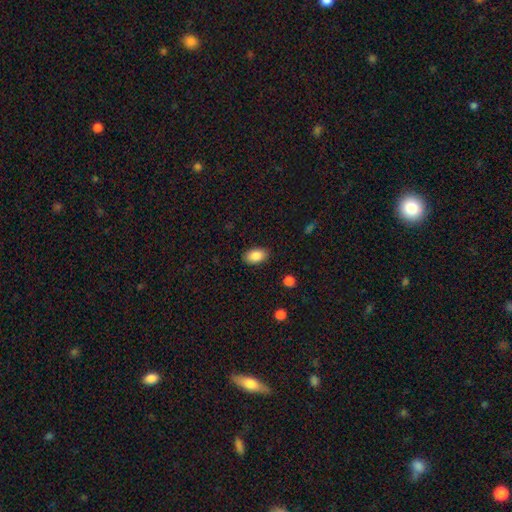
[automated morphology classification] The model was most divided on "merging": none: 87%, minor disturbance: 10%, major disturbance: 2%, merger: 1%. More confident: how rounded — in between (91%); smooth or featured — smooth (87%).